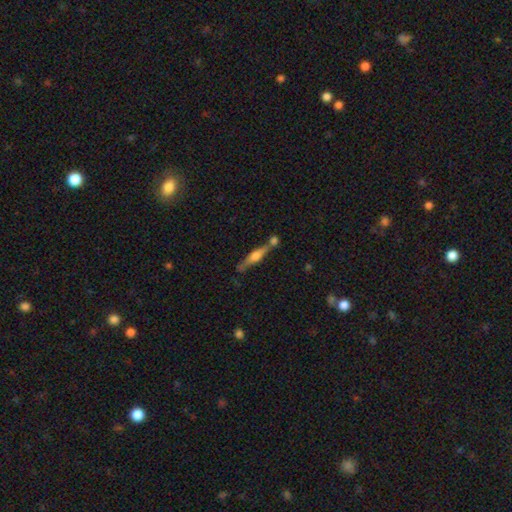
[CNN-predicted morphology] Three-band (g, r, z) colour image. It shows a featured or disk galaxy (69%) viewed edge-on (96%) with a rounded central bulge (86%). Merging: none (65%).